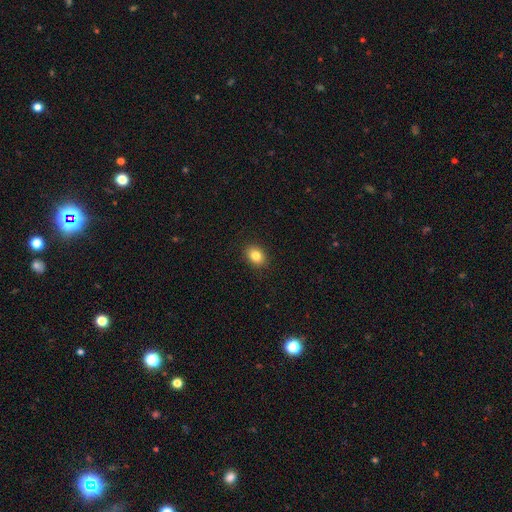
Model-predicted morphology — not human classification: Overall: smooth (84%). How rounded: in between (65%; round 34%). Merging: none (90%).